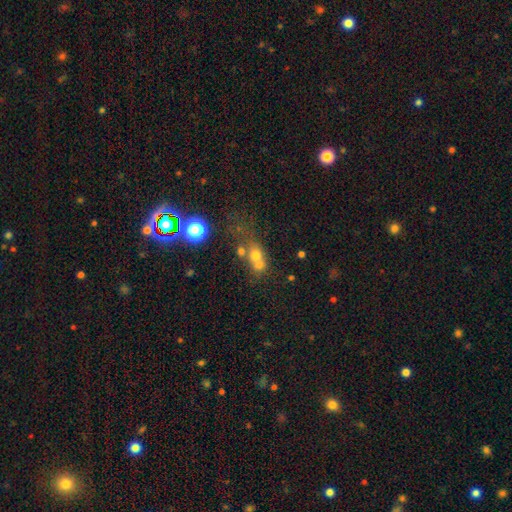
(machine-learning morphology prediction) smooth 63%, featured or disk 20%, star or artifact 17%. Down the decision tree: how rounded — round (63%); merging — merger (56%).